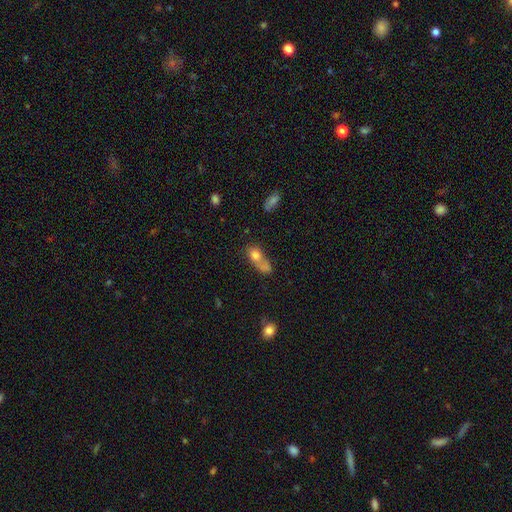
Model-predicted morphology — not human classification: smooth 64%, featured or disk 20%, star or artifact 16%. Down the decision tree: how rounded — in between (54%); merging — merger (48%).